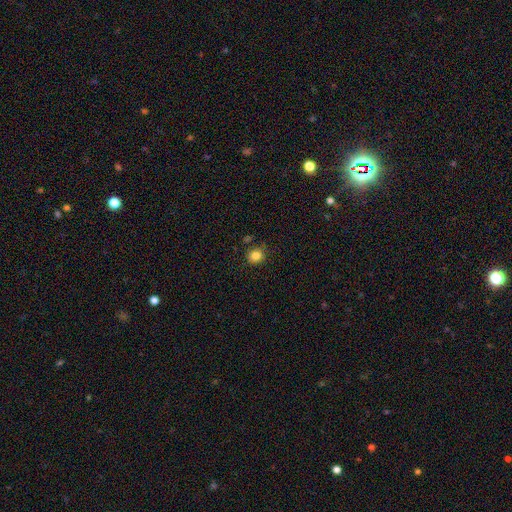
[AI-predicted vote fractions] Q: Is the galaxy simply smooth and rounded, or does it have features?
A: smooth — 83%.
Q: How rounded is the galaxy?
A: round — 86%.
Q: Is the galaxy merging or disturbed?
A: none — 81%.